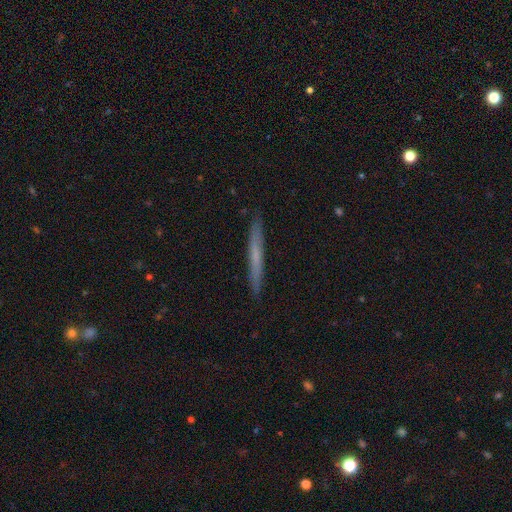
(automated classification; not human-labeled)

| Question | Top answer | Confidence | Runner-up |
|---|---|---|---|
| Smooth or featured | smooth | 51% | featured or disk (43%) |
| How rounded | cigar-shaped | 97% | in between (2%) |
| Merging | none | 91% | minor disturbance (6%) |